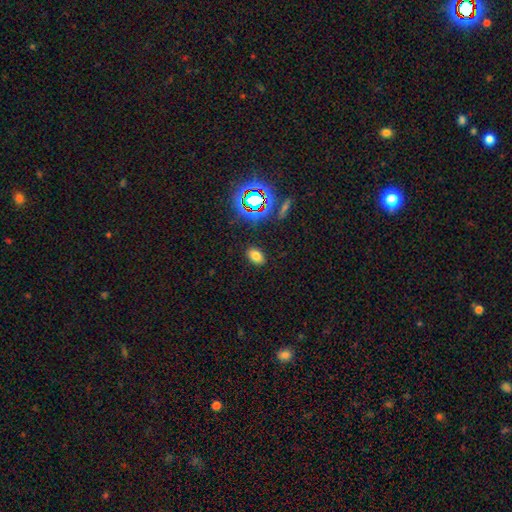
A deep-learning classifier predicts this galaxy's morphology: smooth_or_featured: smooth (p=0.73) [alt: star or artifact p=0.19]
how_rounded: in between (p=0.85) [alt: round p=0.13]
merging: none (p=0.87) [alt: minor disturbance p=0.09]